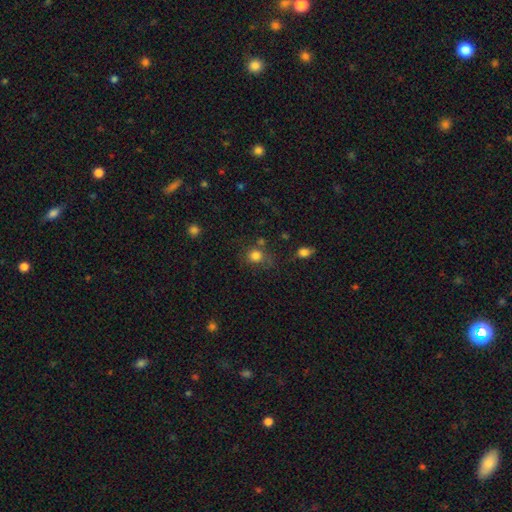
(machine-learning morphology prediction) This is clearly a smooth galaxy (81%). How rounded: clearly round (80%). Merging: likely none (67%).